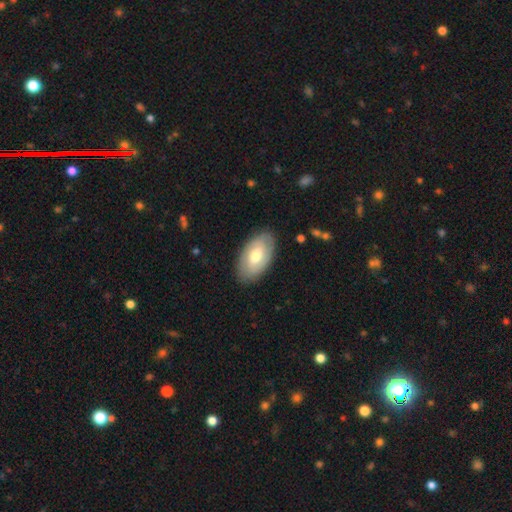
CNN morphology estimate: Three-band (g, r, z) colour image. It shows a smooth galaxy with no disk features (55%) that is in between round and cigar-shaped (94%). Merging: none (84%).